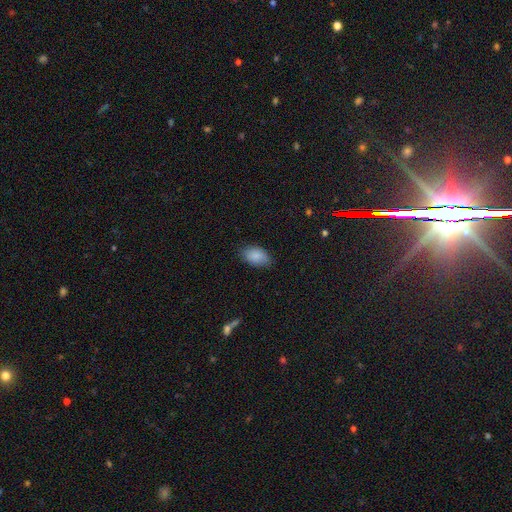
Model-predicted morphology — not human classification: Smooth or featured: smooth — 88% (star or artifact — 7%)
How rounded: in between — 92% (round — 7%)
Merging: none — 81% (minor disturbance — 15%)